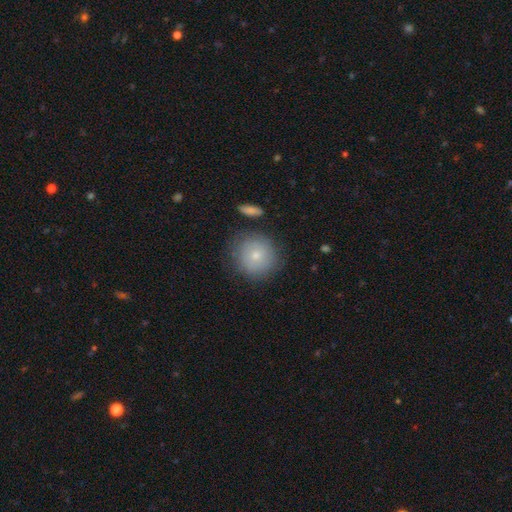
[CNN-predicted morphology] This is likely a smooth galaxy (72%). How rounded: clearly round (90%). Merging: likely none (78%).